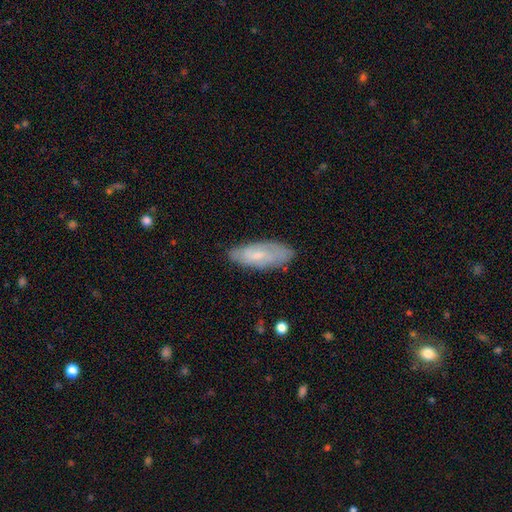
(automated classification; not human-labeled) The model was most divided on "smooth or featured": smooth: 49%, featured or disk: 44%, star or artifact: 7%. More confident: merging — none (78%).